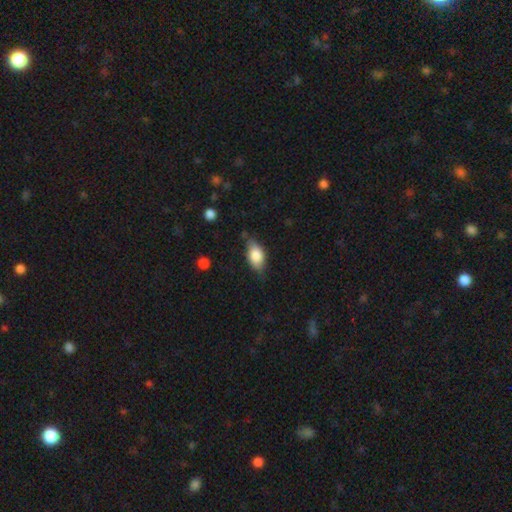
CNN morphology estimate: smooth 78%, featured or disk 15%, star or artifact 7%. Down the decision tree: how rounded — in between (89%); merging — none (70%).